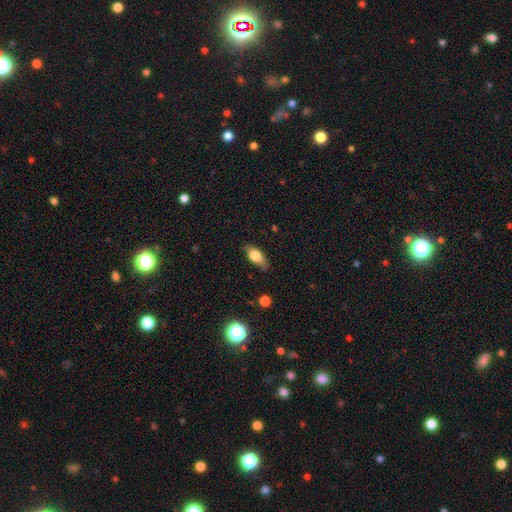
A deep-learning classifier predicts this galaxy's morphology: Smooth or featured? smooth (75%)
How rounded? in between (83%)
Merging? none (68%)